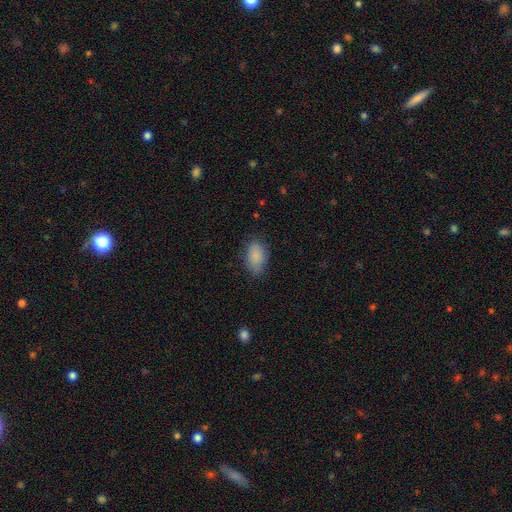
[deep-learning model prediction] This is clearly a smooth galaxy (87%). How rounded: clearly in between (90%). Merging: likely none (73%).